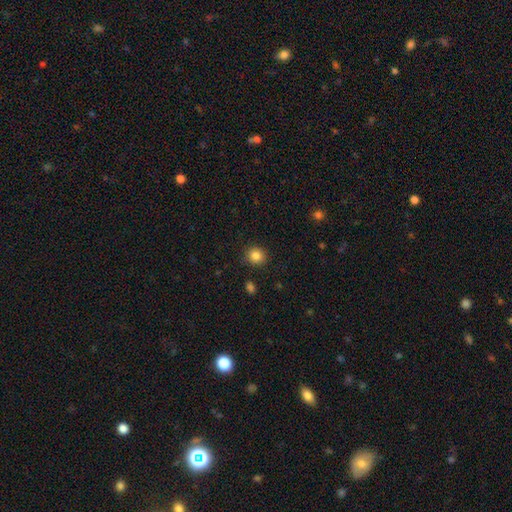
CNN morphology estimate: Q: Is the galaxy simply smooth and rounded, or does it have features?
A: smooth — 85%.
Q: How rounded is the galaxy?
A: round — 83%.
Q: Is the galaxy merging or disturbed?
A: none — 88%.